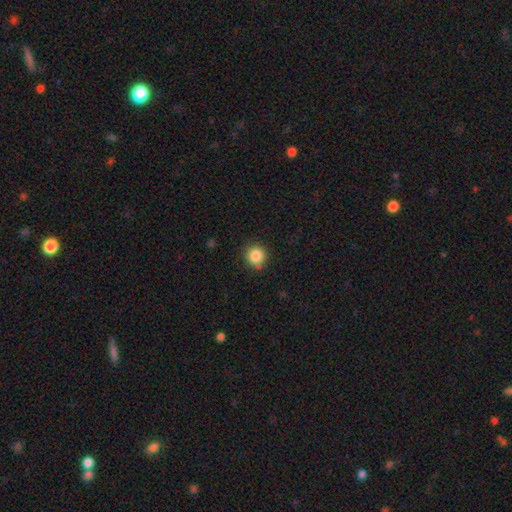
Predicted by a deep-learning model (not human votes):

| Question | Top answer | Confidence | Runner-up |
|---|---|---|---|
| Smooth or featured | smooth | 86% | star or artifact (10%) |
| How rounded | round | 91% | in between (8%) |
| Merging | none | 83% | minor disturbance (13%) |